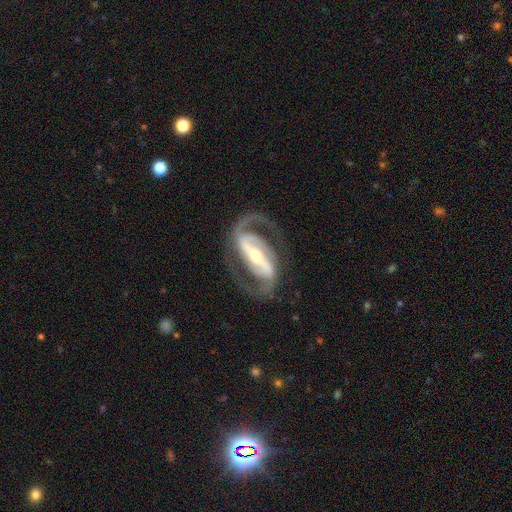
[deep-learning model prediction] Overall: featured or disk (93%). Edge-on disk: no (96%). Bar: strong (75%). Spiral arms: yes (98%). Spiral arm count: 2 (94%). Spiral winding: medium (59%; tight 22%). Bulge size: small (49%; moderate 45%). Merging: none (81%).